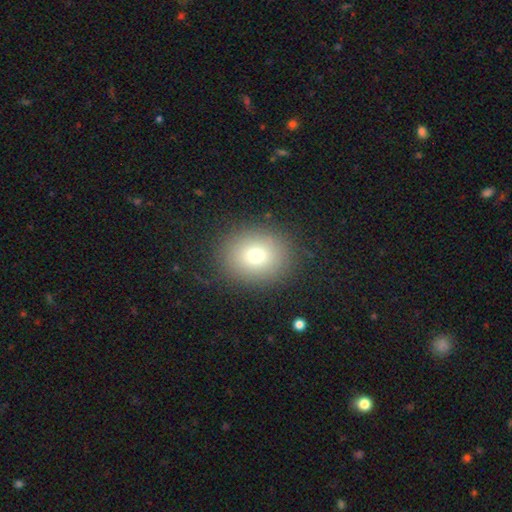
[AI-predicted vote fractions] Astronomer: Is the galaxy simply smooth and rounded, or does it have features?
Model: smooth — 75%.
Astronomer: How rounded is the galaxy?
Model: round — 65%.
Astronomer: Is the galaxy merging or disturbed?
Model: none — 88%.